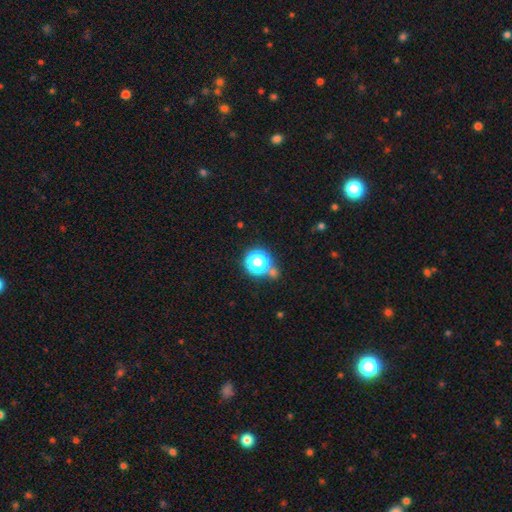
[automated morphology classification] This appears to be a smooth galaxy with no disk features (52%) that is round (86%). Merging: none (68%).